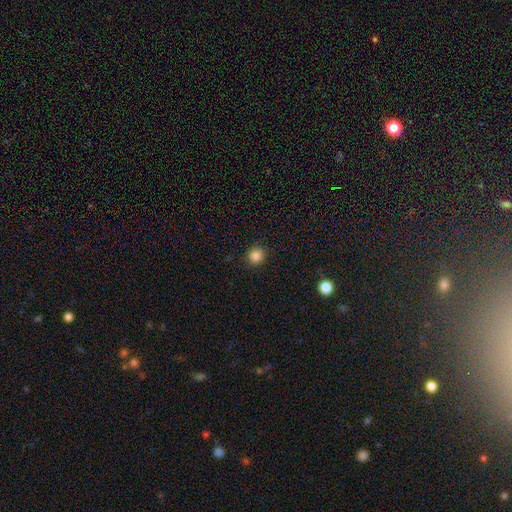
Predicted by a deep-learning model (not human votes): Morphology: type=smooth (85%); roundness=round (90%); merging=none (91%).